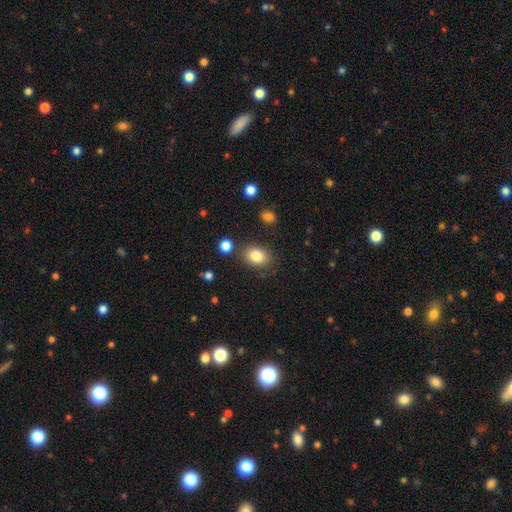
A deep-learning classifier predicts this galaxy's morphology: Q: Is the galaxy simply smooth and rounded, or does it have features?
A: smooth — 83%.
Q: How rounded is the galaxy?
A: in between — 72%.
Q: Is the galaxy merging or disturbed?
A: none — 80%.